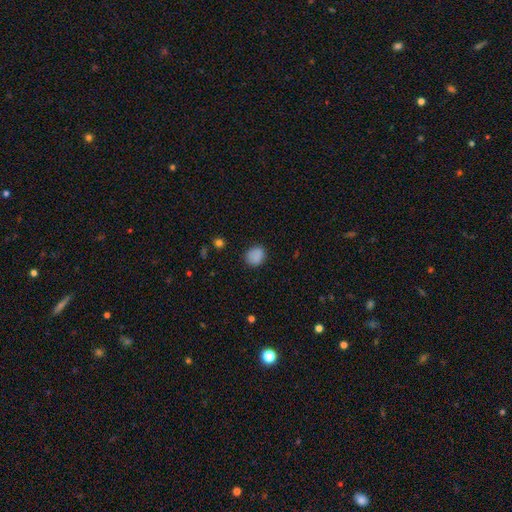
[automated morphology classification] Smooth or featured? Predicted: smooth (p=0.86). How rounded? Predicted: round (p=0.71). Merging? Predicted: none (p=0.85).